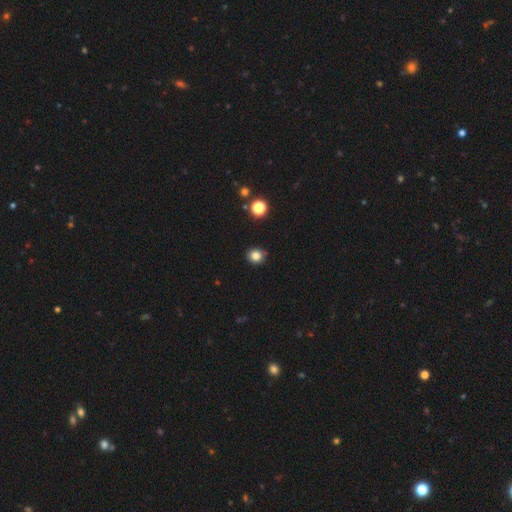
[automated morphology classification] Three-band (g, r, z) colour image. It shows a smooth galaxy with no disk features (82%) that is round (85%). Merging: none (87%).